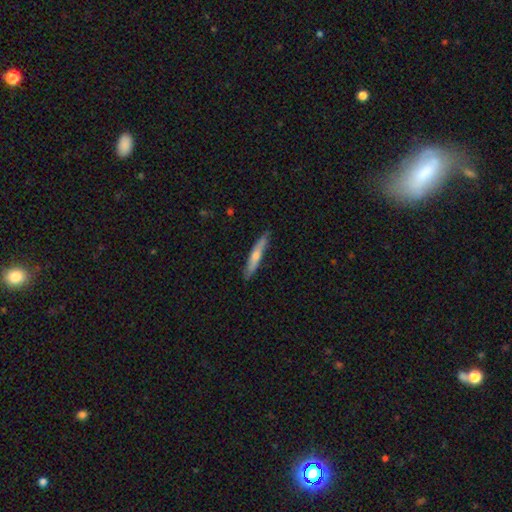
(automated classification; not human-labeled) Morphology: type=featured or disk (52%); edge-on=yes (93%); merging=none (89%).